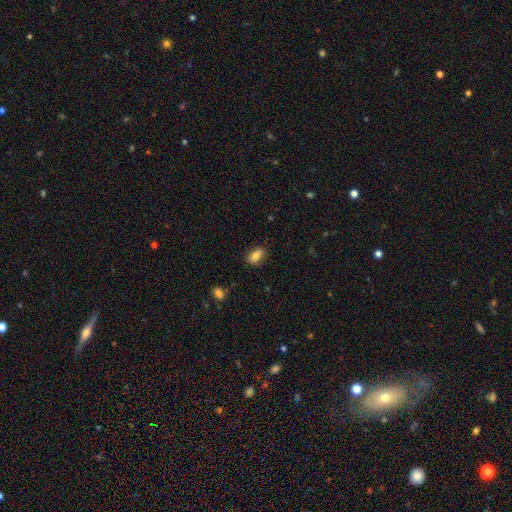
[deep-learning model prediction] Morphology: type=smooth (79%); roundness=in between (83%); merging=none (79%).